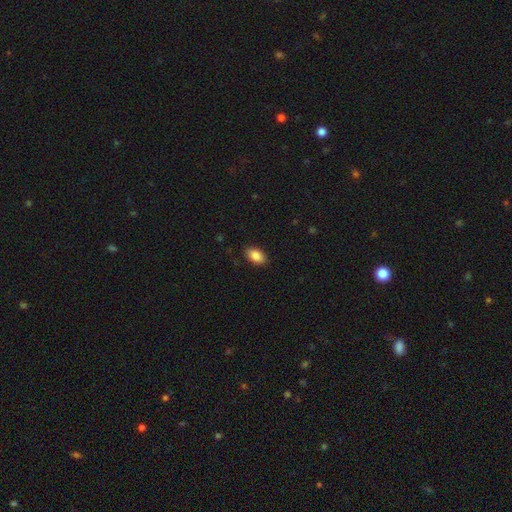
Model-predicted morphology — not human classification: The model was most divided on "merging": none: 87%, minor disturbance: 10%, major disturbance: 2%, merger: 1%. More confident: how rounded — in between (91%); smooth or featured — smooth (87%).